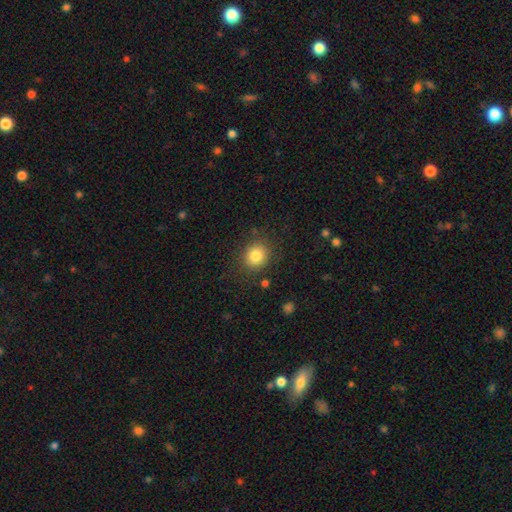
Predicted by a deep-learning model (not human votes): smooth 82%, star or artifact 10%, featured or disk 7%. Down the decision tree: how rounded — round (79%); merging — none (85%).